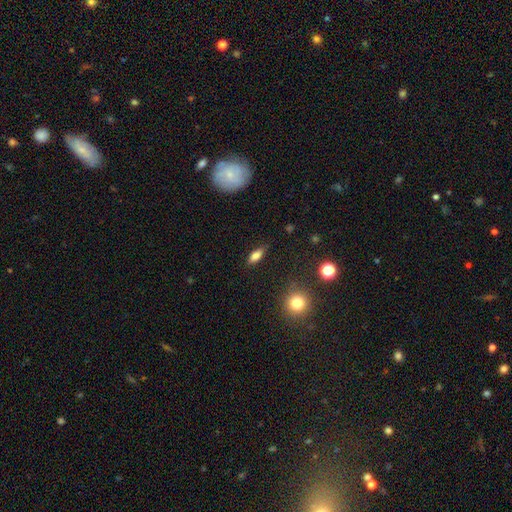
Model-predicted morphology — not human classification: Q: Smooth or featured?
A: smooth (74%); runner-up: featured or disk (17%)
Q: How rounded?
A: in between (71%); runner-up: cigar-shaped (24%)
Q: Merging?
A: none (82%); runner-up: minor disturbance (13%)